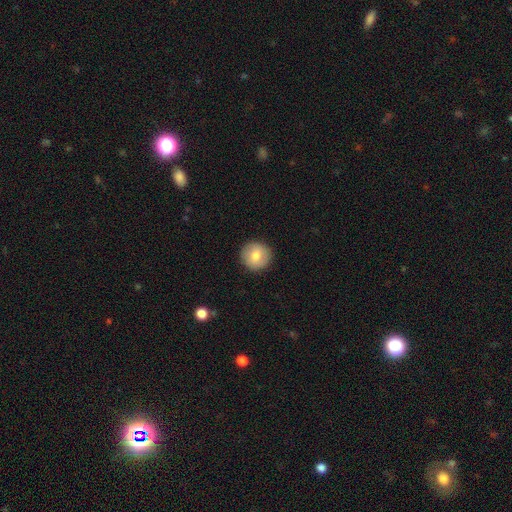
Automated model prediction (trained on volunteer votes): Smooth or featured: smooth — 75% (featured or disk — 17%)
How rounded: round — 94% (in between — 5%)
Merging: none — 91% (minor disturbance — 6%)